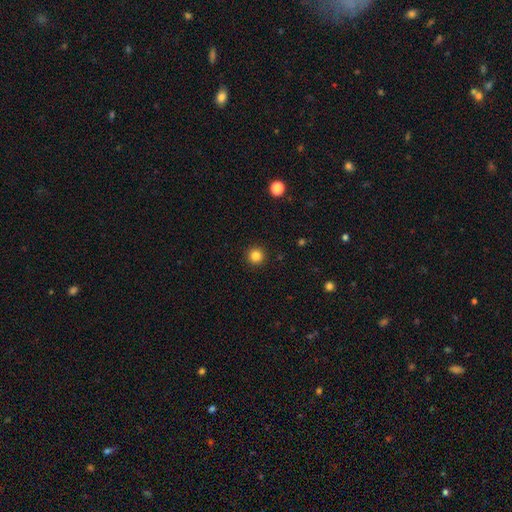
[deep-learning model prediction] This appears to be a smooth galaxy with no disk features (84%) that is round (96%). Merging: none (93%).